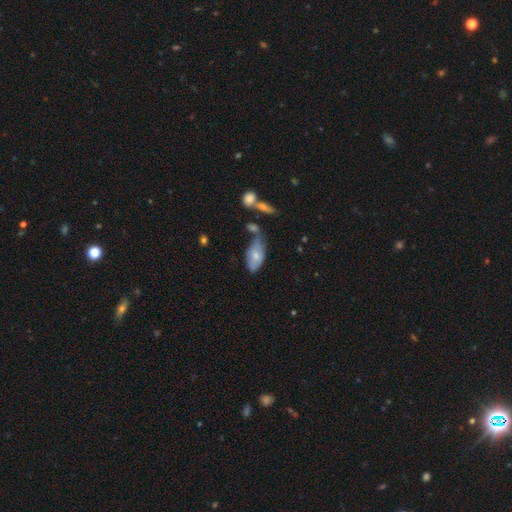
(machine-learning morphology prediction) type=smooth (62%); roundness=in between (92%); merging=none (34%).